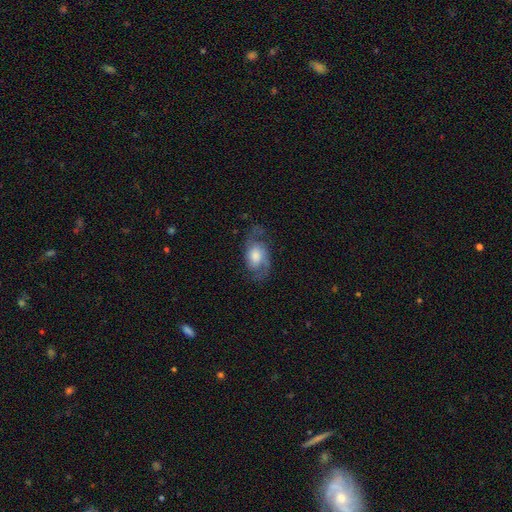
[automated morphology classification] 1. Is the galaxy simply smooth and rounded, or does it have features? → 71% featured or disk, 22% smooth, 7% star or artifact.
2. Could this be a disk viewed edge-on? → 96% no, 4% yes.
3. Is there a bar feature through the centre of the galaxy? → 68% no, 27% weak, 5% strong.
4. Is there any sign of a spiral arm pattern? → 92% yes, 8% no.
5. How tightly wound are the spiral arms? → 49% medium, 31% loose, 20% tight.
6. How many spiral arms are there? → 88% 2, 6% can't tell, 3% 1, 2% 3, 1% 4, 1% more than 4.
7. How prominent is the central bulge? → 37% moderate, 36% large, 15% small, 6% none, 6% dominant.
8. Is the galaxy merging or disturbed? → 66% none, 20% minor disturbance, 13% major disturbance, 1% merger.